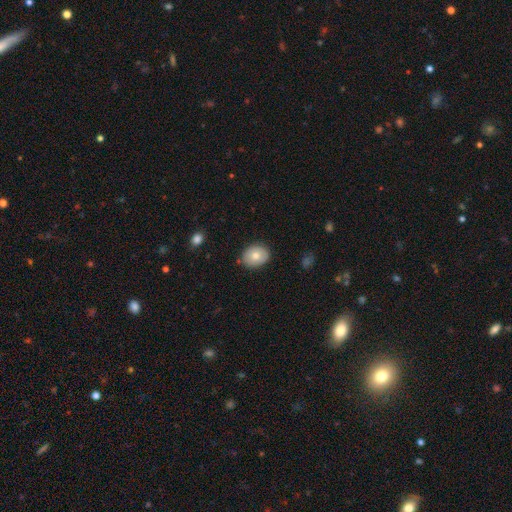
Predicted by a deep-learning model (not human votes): smooth 75%, featured or disk 17%, star or artifact 8%. Down the decision tree: how rounded — in between (50%); merging — none (83%).